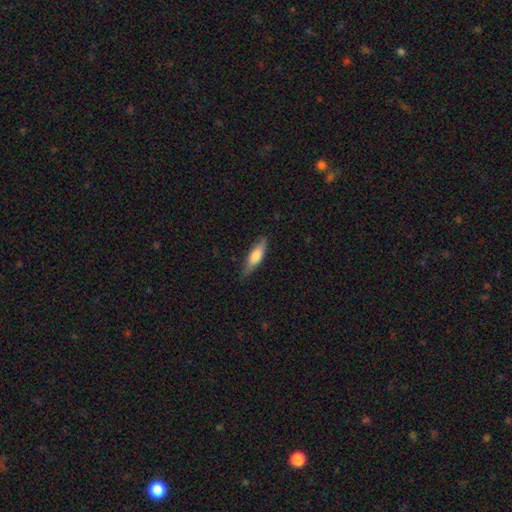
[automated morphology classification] The model was most divided on "how rounded": cigar-shaped: 54%, in between: 44%, round: 2%. More confident: merging — none (82%); smooth or featured — smooth (69%).